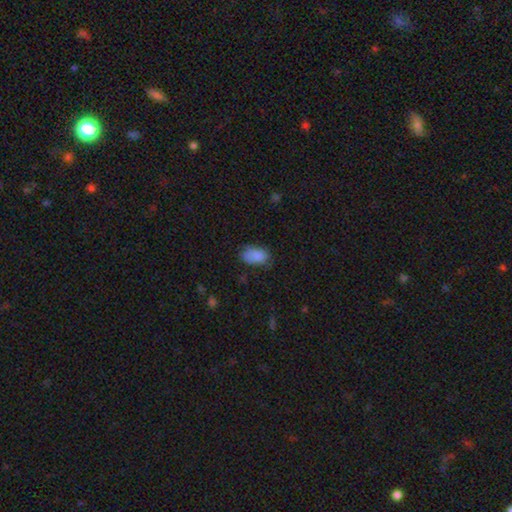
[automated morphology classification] This is clearly a smooth galaxy (84%). How rounded: clearly in between (90%). Merging: likely none (61%).